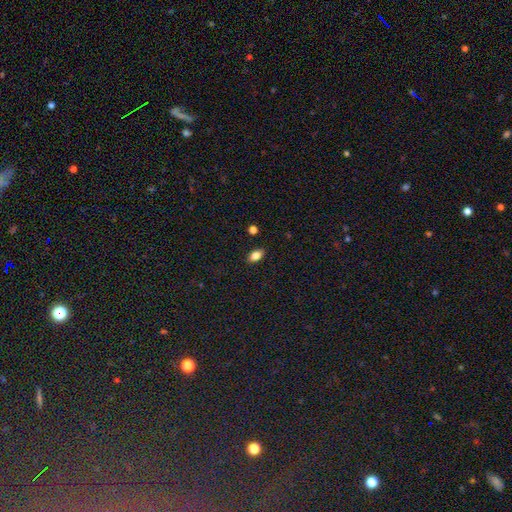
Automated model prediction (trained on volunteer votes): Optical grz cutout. It shows a smooth galaxy with no disk features (80%) that is in between round and cigar-shaped (88%). Merging: none (87%).